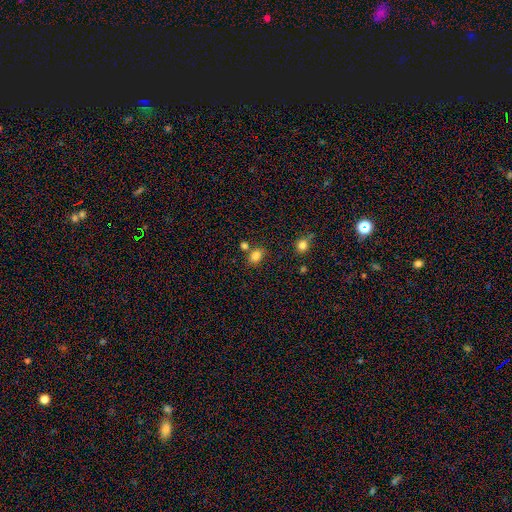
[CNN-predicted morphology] smooth-or-featured: smooth: 83% | star or artifact: 11% | featured or disk: 6%
  how-rounded: in between: 64% | round: 35% | cigar-shaped: 1%
  merging: none: 67% | merger: 15% | minor disturbance: 14% | major disturbance: 4%